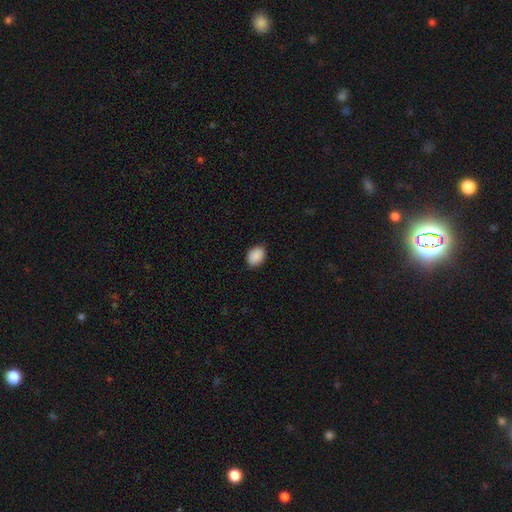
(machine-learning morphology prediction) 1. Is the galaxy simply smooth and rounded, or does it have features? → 90% smooth, 7% star or artifact, 3% featured or disk.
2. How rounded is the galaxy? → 75% in between, 24% round, 1% cigar-shaped.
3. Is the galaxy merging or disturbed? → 86% none, 11% minor disturbance, 2% major disturbance, 1% merger.